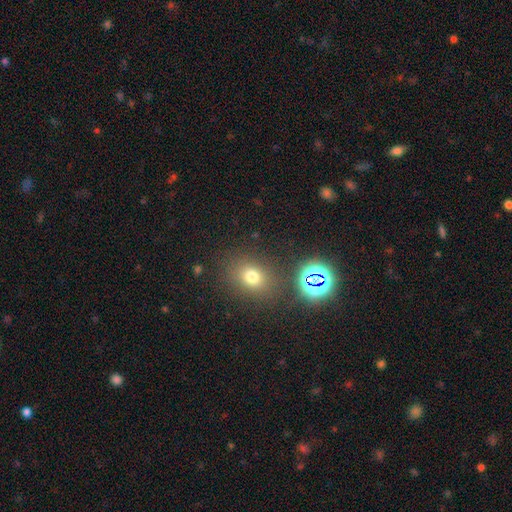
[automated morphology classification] smooth 54%, star or artifact 38%, featured or disk 8%. Down the decision tree: how rounded — round (71%); merging — none (82%).